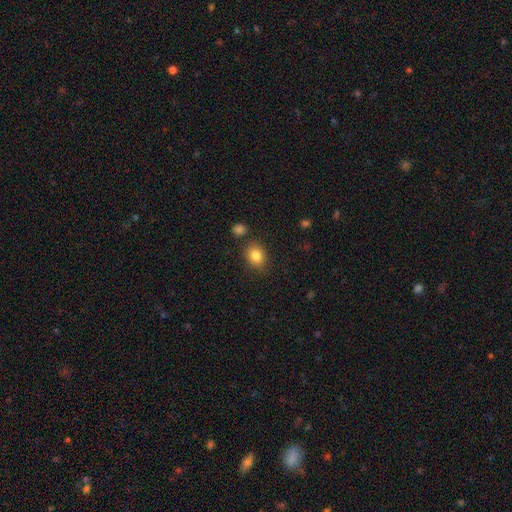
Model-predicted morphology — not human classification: This appears to be a smooth galaxy with no disk features (83%) that is round (53%). Merging: none (83%).